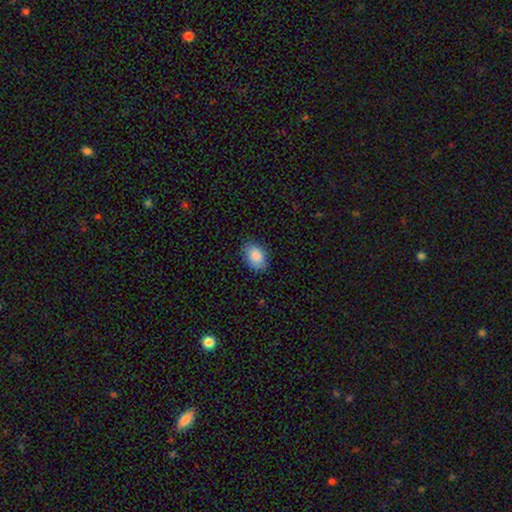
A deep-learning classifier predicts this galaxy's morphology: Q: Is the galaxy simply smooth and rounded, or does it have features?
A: smooth — 88%.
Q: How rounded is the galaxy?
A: in between — 86%.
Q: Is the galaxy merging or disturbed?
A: none — 84%.